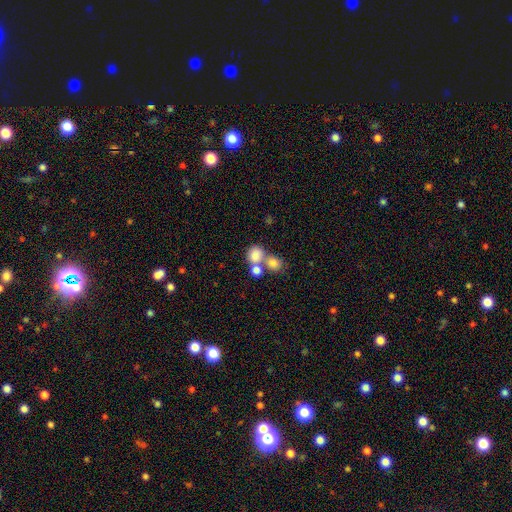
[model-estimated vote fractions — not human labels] This appears to be a smooth galaxy with no disk features (79%) that is round (76%). Merging: merger (52%).